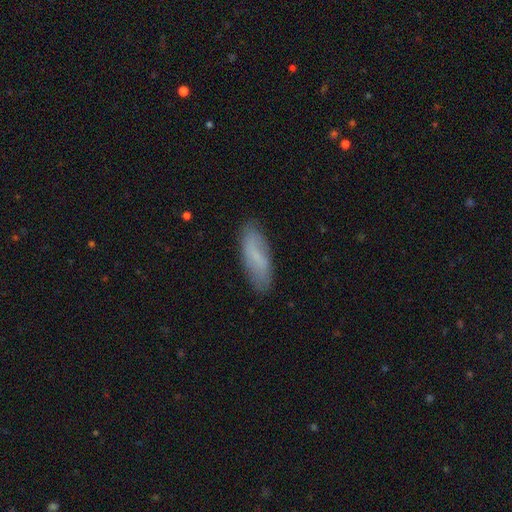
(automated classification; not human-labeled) smooth_or_featured: smooth (p=0.60) [alt: featured or disk p=0.32]
how_rounded: in between (p=0.64) [alt: cigar-shaped p=0.34]
merging: none (p=0.82) [alt: minor disturbance p=0.13]